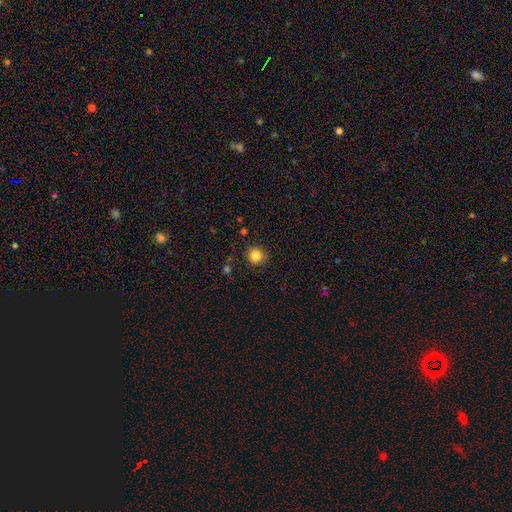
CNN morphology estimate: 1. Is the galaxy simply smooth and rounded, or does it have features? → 84% smooth, 12% star or artifact, 5% featured or disk.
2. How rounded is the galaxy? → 91% round, 8% in between, 1% cigar-shaped.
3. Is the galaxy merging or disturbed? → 87% none, 9% minor disturbance, 2% major disturbance, 2% merger.